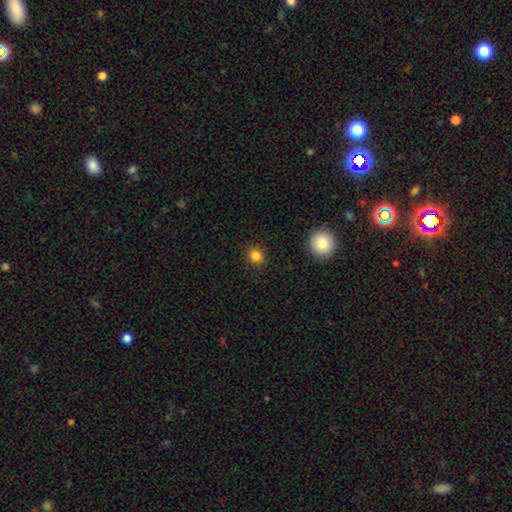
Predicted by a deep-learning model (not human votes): Smooth or featured?
  - smooth: 83% *
  - star or artifact: 13%
  - featured or disk: 4%
How rounded?
  - round: 82% *
  - in between: 17%
  - cigar-shaped: 1%
Merging?
  - none: 89% *
  - minor disturbance: 7%
  - major disturbance: 2%
  - merger: 1%